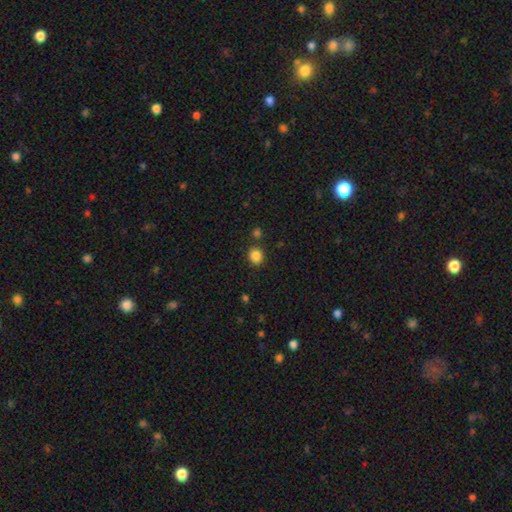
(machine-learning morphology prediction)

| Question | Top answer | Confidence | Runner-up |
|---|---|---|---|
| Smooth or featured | smooth | 85% | star or artifact (11%) |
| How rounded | round | 79% | in between (21%) |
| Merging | none | 82% | minor disturbance (8%) |